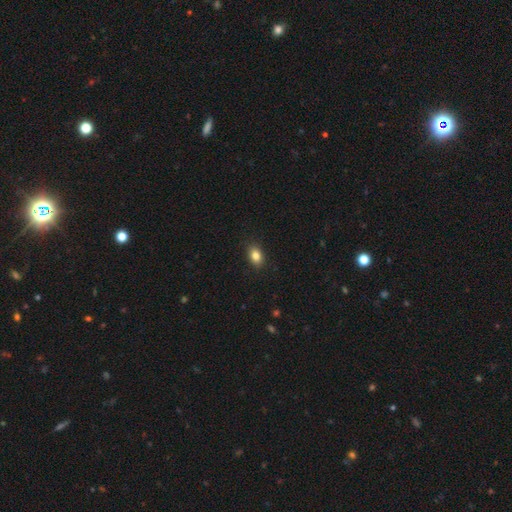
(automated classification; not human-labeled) smooth-or-featured: smooth: 84% | star or artifact: 9% | featured or disk: 7%
  how-rounded: in between: 80% | round: 18% | cigar-shaped: 2%
  merging: none: 89% | minor disturbance: 8% | major disturbance: 2% | merger: 1%